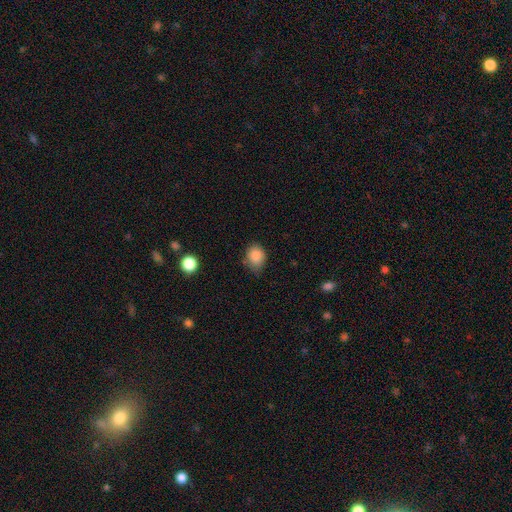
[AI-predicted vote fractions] Smooth or featured? smooth (87%)
How rounded? in between (50%)
Merging? none (59%)